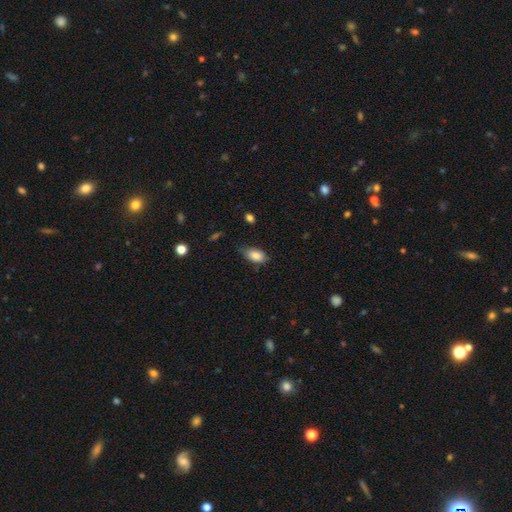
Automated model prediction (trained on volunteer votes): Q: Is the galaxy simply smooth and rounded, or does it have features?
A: smooth — 84%.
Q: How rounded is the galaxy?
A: in between — 90%.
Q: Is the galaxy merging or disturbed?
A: none — 65%.